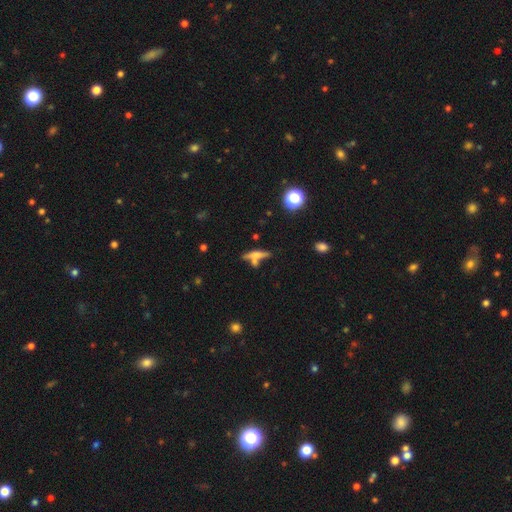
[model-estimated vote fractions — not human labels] A featured or disk galaxy (45%). Merging: none (56%).